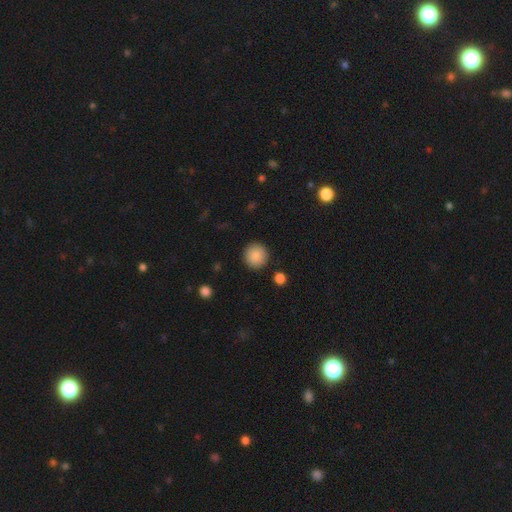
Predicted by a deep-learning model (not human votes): Q: Smooth or featured?
A: smooth (88%); runner-up: star or artifact (8%)
Q: How rounded?
A: round (95%); runner-up: in between (4%)
Q: Merging?
A: none (91%); runner-up: minor disturbance (5%)